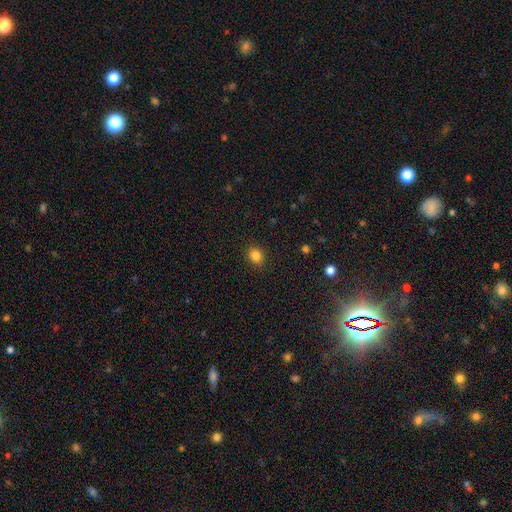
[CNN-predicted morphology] Smooth or featured?
  - smooth: 84% *
  - star or artifact: 12%
  - featured or disk: 4%
How rounded?
  - round: 62% *
  - in between: 37%
  - cigar-shaped: 1%
Merging?
  - none: 90% *
  - minor disturbance: 7%
  - major disturbance: 2%
  - merger: 1%